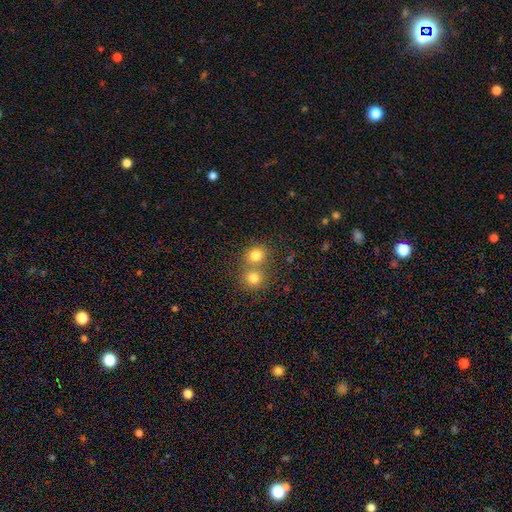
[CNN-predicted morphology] This is likely a smooth galaxy (80%). How rounded: clearly round (84%). Merging: possibly none (48%).